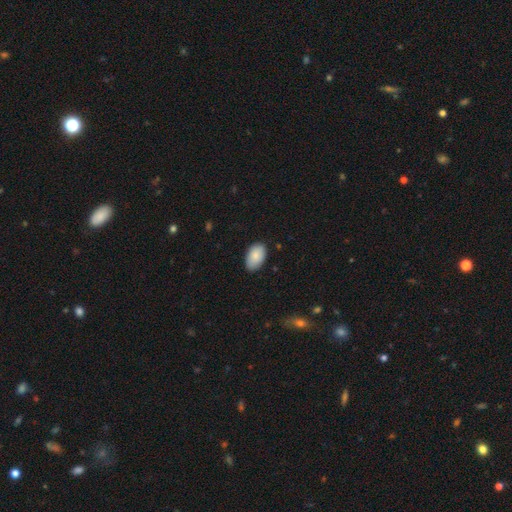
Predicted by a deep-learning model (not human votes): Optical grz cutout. It shows a smooth galaxy with no disk features (87%) that is in between round and cigar-shaped (94%). Merging: none (83%).